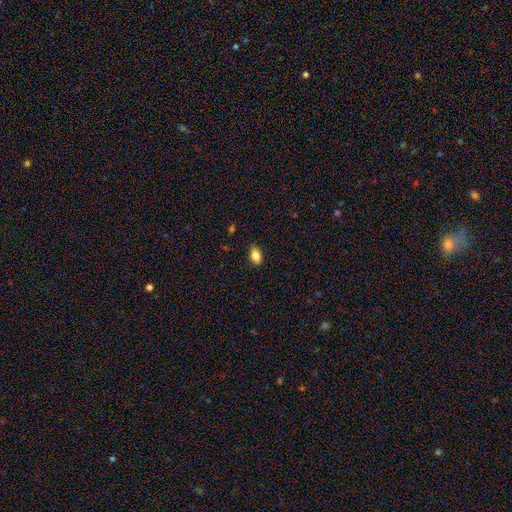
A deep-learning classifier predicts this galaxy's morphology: smooth 85%, star or artifact 9%, featured or disk 6%. Down the decision tree: how rounded — in between (86%); merging — none (83%).